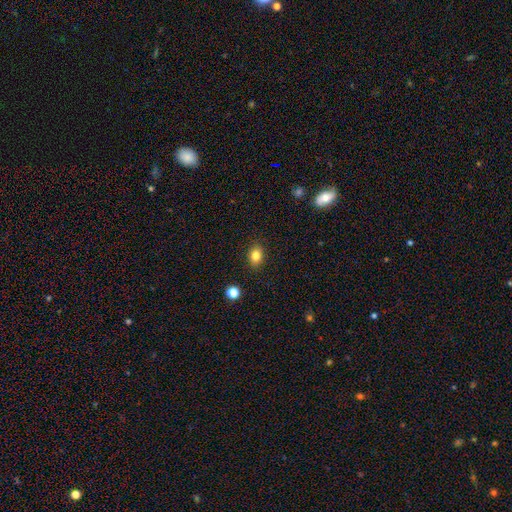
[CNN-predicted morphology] A smooth galaxy with no disk features (83%) that is in between round and cigar-shaped (66%). Merging: none (88%).